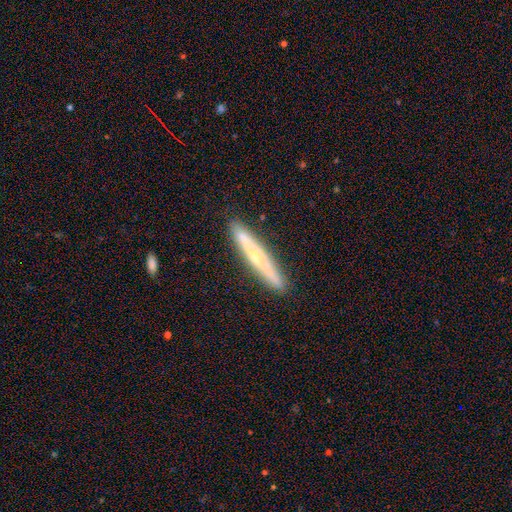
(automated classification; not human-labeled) Morphology: type=featured or disk (56%); edge-on=yes (91%); edge-on bulge=rounded (60%); merging=none (90%).